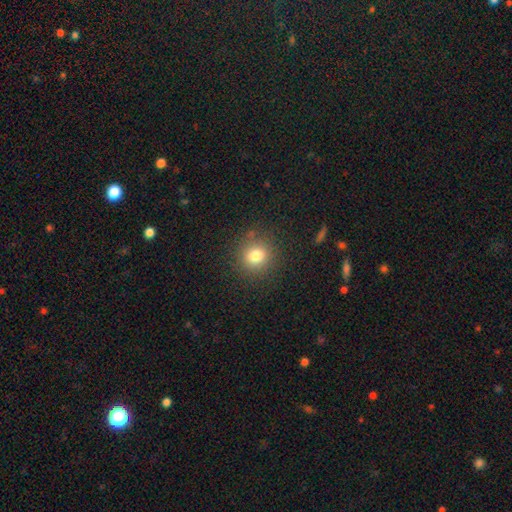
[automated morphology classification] The model was most divided on "smooth or featured": smooth: 79%, star or artifact: 13%, featured or disk: 8%. More confident: how rounded — round (87%); merging — none (86%).